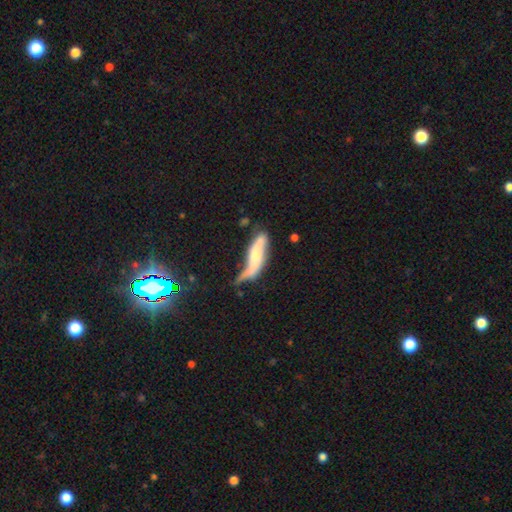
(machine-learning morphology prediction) The model was most divided on "merging": minor disturbance: 34%, none: 30%, major disturbance: 23%, merger: 13%. Remaining: smooth or featured — featured or disk (50%).